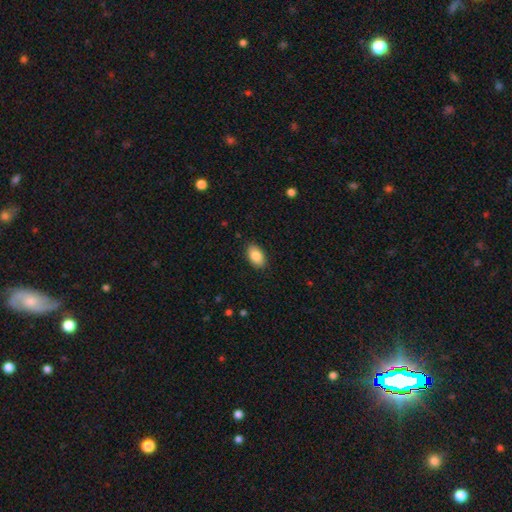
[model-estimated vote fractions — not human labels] This is clearly a smooth galaxy (85%). How rounded: clearly in between (92%). Merging: clearly none (88%).